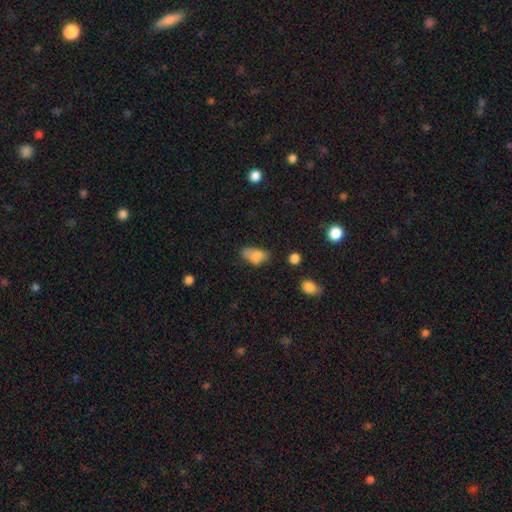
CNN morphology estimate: Smooth or featured? Predicted: smooth (p=0.78). How rounded? Predicted: in between (p=0.89). Merging? Predicted: none (p=0.47).